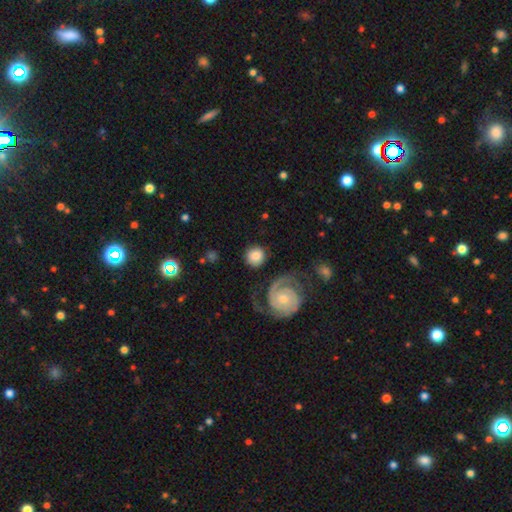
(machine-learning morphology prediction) This appears to be a smooth galaxy with no disk features (69%) that is round (90%). Merging: none (78%).